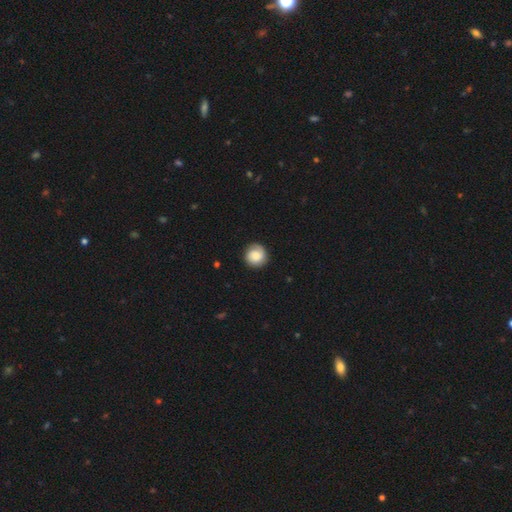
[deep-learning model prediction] Smooth or featured?
  - smooth: 76% *
  - featured or disk: 17%
  - star or artifact: 7%
How rounded?
  - round: 93% *
  - in between: 7%
  - cigar-shaped: 1%
Merging?
  - none: 85% *
  - minor disturbance: 11%
  - major disturbance: 3%
  - merger: 1%